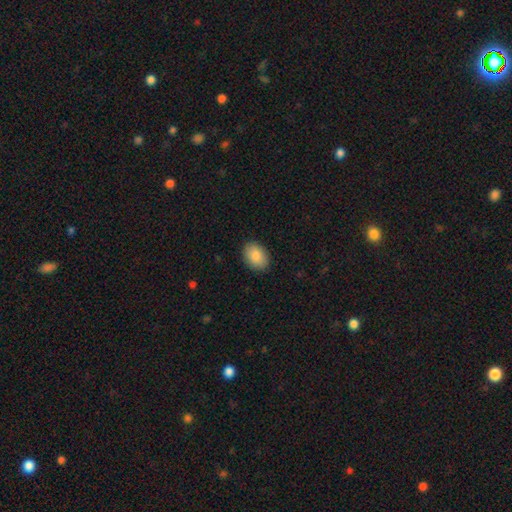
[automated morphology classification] Q: Smooth or featured?
A: smooth (88%); runner-up: star or artifact (7%)
Q: How rounded?
A: in between (80%); runner-up: round (19%)
Q: Merging?
A: none (89%); runner-up: minor disturbance (8%)